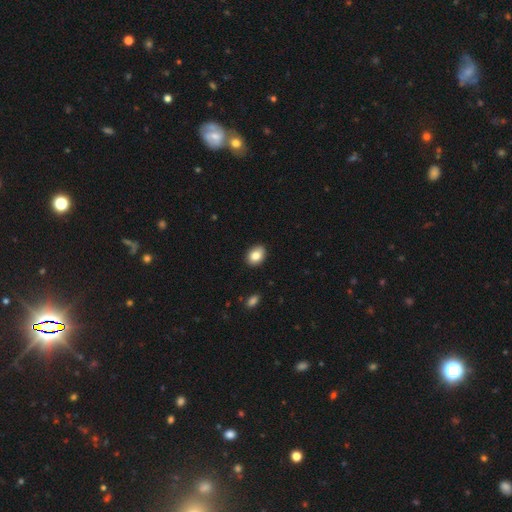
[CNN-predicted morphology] smooth 84%, star or artifact 8%, featured or disk 8%. Down the decision tree: how rounded — in between (68%); merging — none (88%).